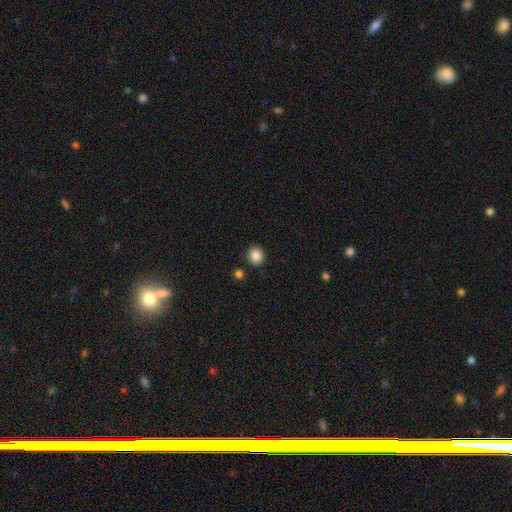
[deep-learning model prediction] This appears to be a smooth galaxy with no disk features (86%) that is round (77%). Merging: none (88%).